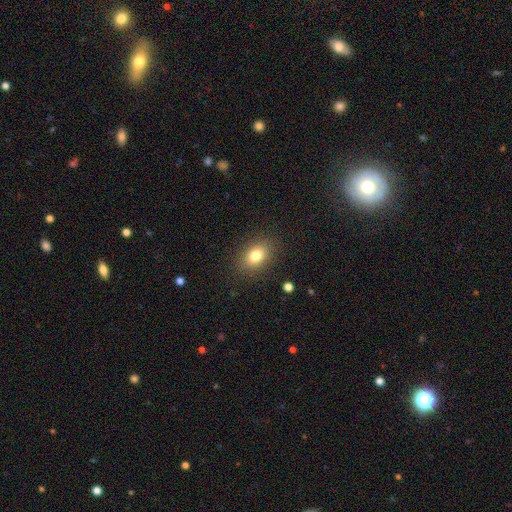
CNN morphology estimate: Smooth or featured: smooth — 81% (star or artifact — 10%)
How rounded: in between — 80% (round — 19%)
Merging: none — 85% (minor disturbance — 10%)